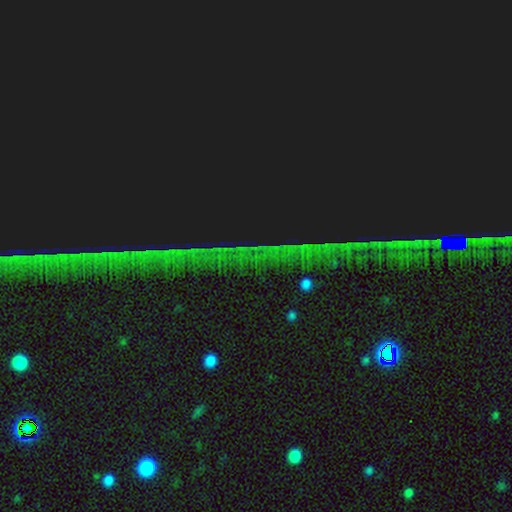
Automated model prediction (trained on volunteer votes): A star or artifact, not a galaxy (86%).